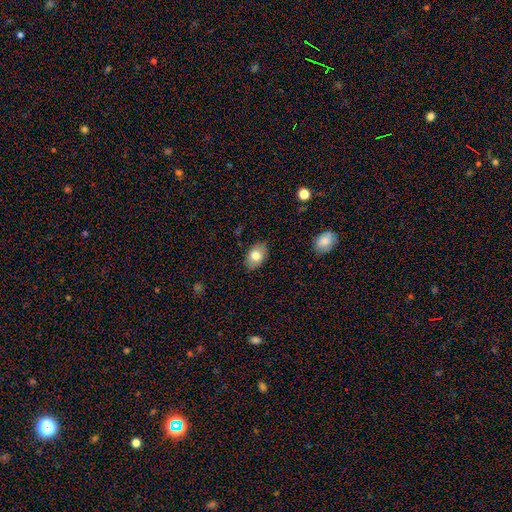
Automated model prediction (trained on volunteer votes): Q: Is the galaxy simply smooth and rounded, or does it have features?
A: smooth — 78%.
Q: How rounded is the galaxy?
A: in between — 86%.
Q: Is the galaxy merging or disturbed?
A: none — 85%.